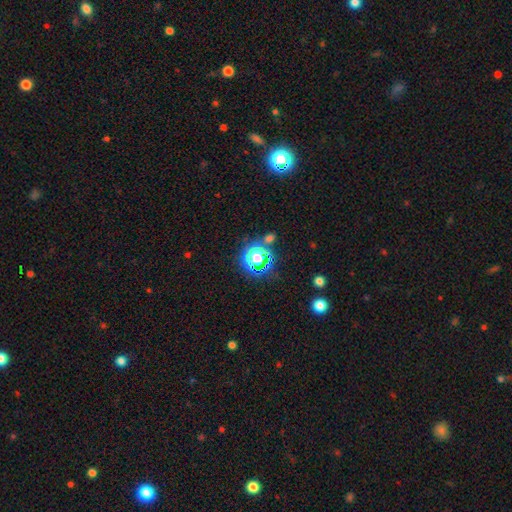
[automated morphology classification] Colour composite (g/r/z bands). It shows a star or artifact, not a galaxy (54%).